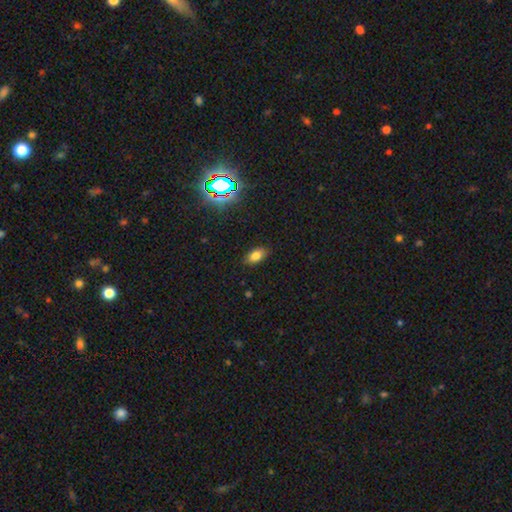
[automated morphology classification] smooth 77%, star or artifact 14%, featured or disk 9%. Down the decision tree: how rounded — in between (90%); merging — none (86%).